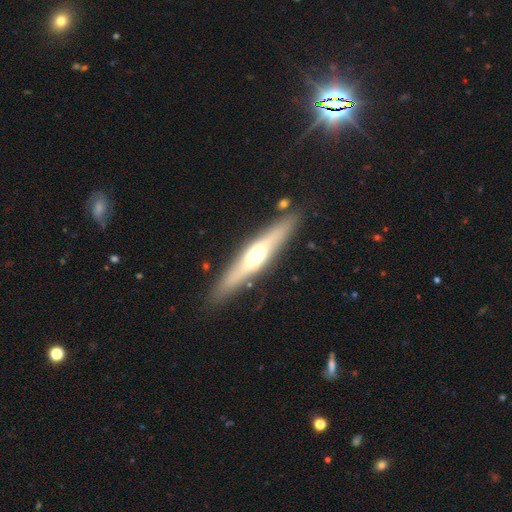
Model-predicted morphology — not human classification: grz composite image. It shows a featured or disk galaxy (61%) viewed edge-on (91%) with a rounded central bulge (89%). Merging: none (86%).